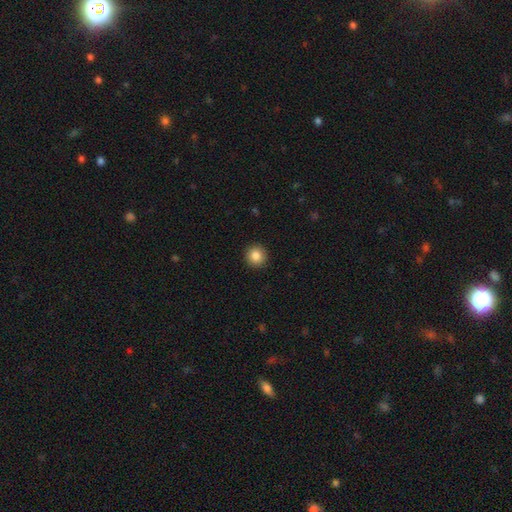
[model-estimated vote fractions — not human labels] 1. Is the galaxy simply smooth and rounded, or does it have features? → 86% smooth, 9% star or artifact, 5% featured or disk.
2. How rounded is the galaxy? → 95% round, 4% in between, 1% cigar-shaped.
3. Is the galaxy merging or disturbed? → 93% none, 5% minor disturbance, 2% major disturbance, 1% merger.